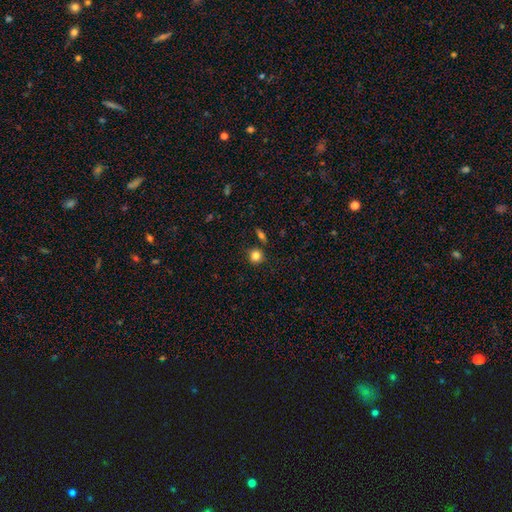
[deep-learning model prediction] smooth 83%, star or artifact 11%, featured or disk 6%. Down the decision tree: how rounded — round (90%); merging — none (82%).